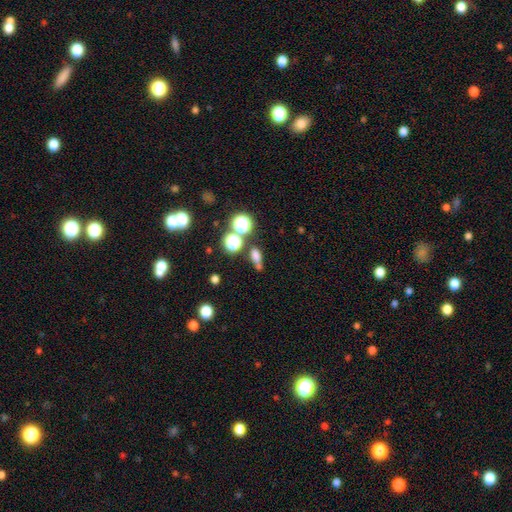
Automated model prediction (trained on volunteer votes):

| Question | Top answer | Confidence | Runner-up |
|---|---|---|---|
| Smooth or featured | smooth | 66% | star or artifact (23%) |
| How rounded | in between | 59% | round (29%) |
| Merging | none | 56% | merger (22%) |